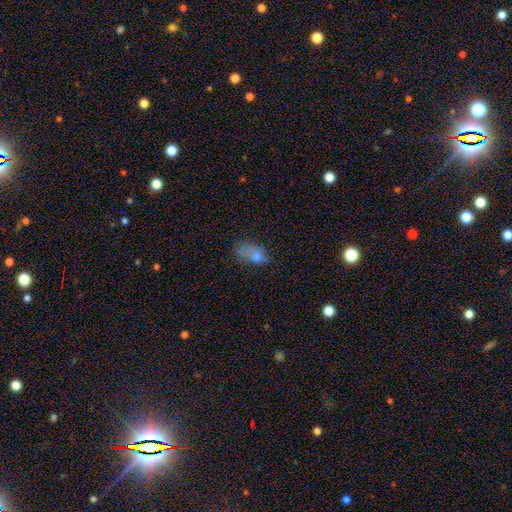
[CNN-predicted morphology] smooth_or_featured: smooth (p=0.65) [alt: featured or disk p=0.20]
how_rounded: in between (p=0.81) [alt: round p=0.13]
merging: none (p=0.33) [alt: major disturbance p=0.30]